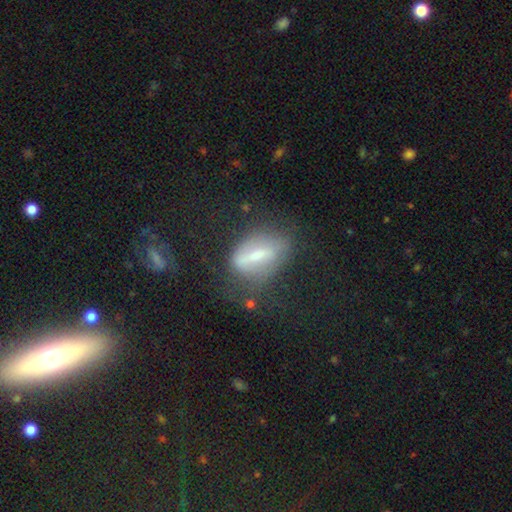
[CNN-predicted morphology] Overall: featured or disk (50%; smooth 39%). Merging: none (54%; minor disturbance 24%).